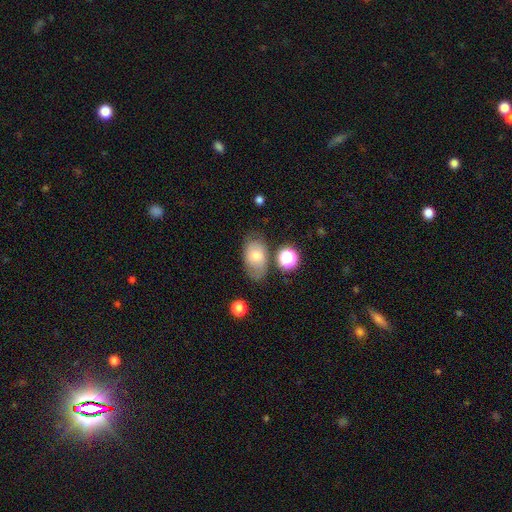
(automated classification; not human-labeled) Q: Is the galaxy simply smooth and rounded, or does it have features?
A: smooth — 56%.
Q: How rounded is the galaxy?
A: in between — 85%.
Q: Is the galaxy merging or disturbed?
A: none — 65%.